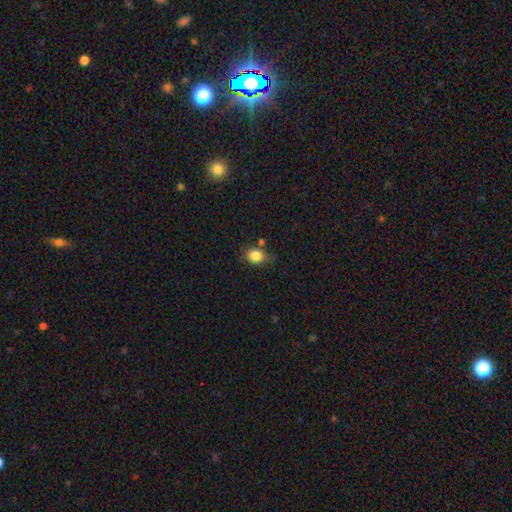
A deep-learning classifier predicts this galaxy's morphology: This is clearly a smooth galaxy (84%). How rounded: possibly round (51%). Merging: likely none (71%).